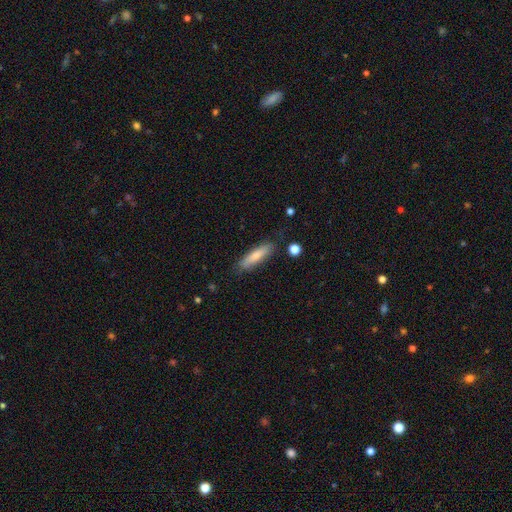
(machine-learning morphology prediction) smooth 75%, featured or disk 19%, star or artifact 6%. Down the decision tree: how rounded — cigar-shaped (71%); merging — none (81%).